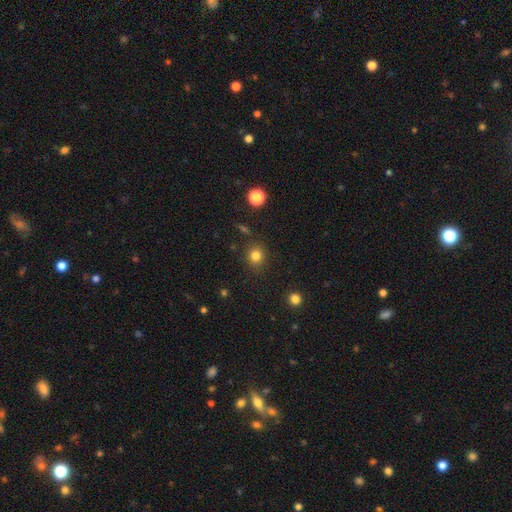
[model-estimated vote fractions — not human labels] Smooth or featured: smooth — 82% (star or artifact — 13%)
How rounded: round — 82% (in between — 17%)
Merging: none — 86% (minor disturbance — 9%)